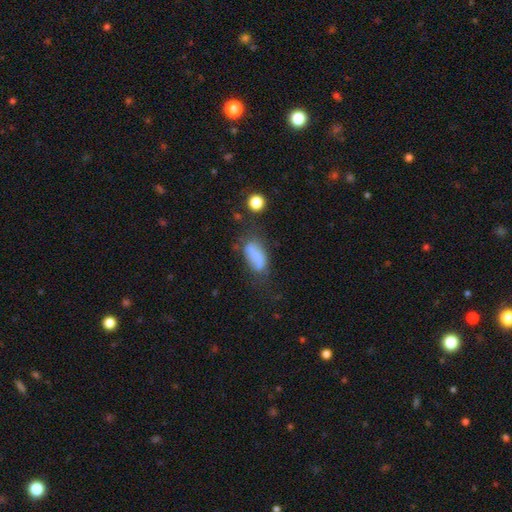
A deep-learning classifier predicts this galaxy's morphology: Q: Smooth or featured?
A: smooth (73%); runner-up: featured or disk (17%)
Q: How rounded?
A: in between (88%); runner-up: cigar-shaped (7%)
Q: Merging?
A: none (45%); runner-up: minor disturbance (29%)